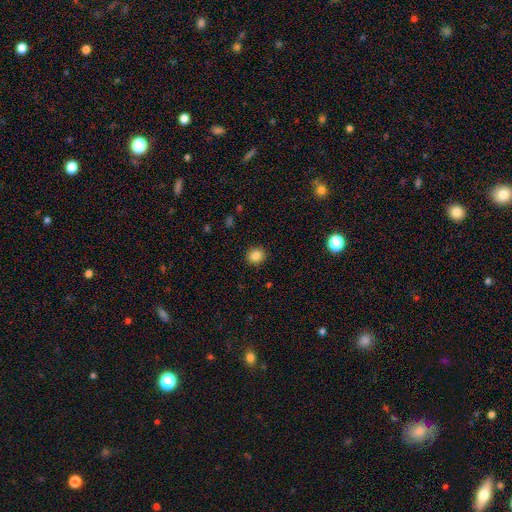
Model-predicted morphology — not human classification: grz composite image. It shows a smooth galaxy with no disk features (85%) that is round (88%). Merging: none (91%).